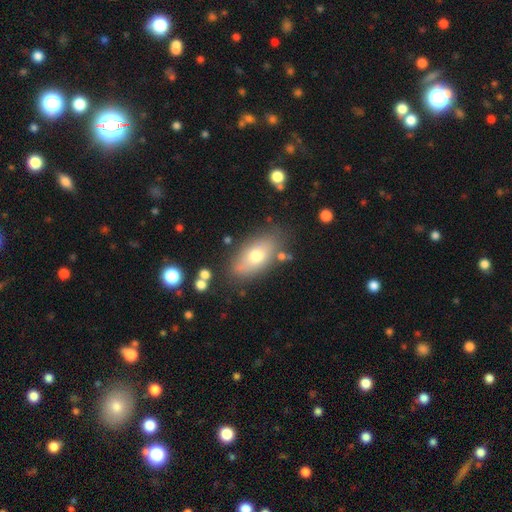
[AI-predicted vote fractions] A smooth galaxy with no disk features (67%) that is in between round and cigar-shaped (88%).

Vote fractions:
- Smooth or featured? smooth: 67% / featured or disk: 24% / star or artifact: 8%
- How rounded? in between: 88% / cigar-shaped: 6% / round: 6%
- Merging? none: 77% / minor disturbance: 14% / merger: 4% / major disturbance: 4%